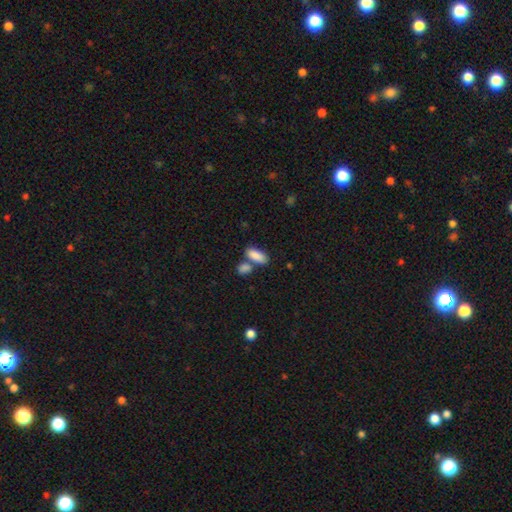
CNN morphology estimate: Smooth or featured: smooth — 88% (star or artifact — 7%)
How rounded: in between — 86% (cigar-shaped — 10%)
Merging: none — 53% (merger — 32%)